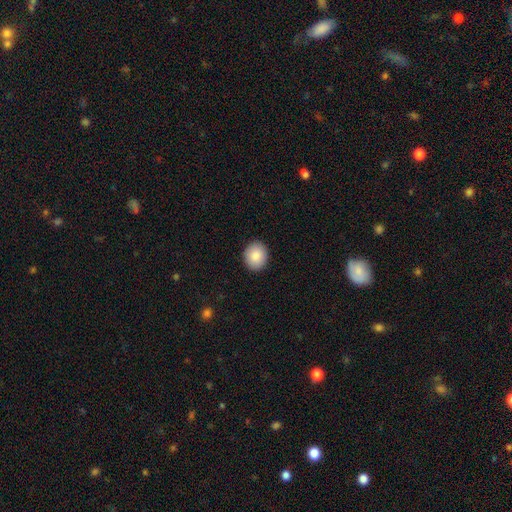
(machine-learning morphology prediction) This is clearly a smooth galaxy (88%). How rounded: likely round (66%). Merging: clearly none (91%).